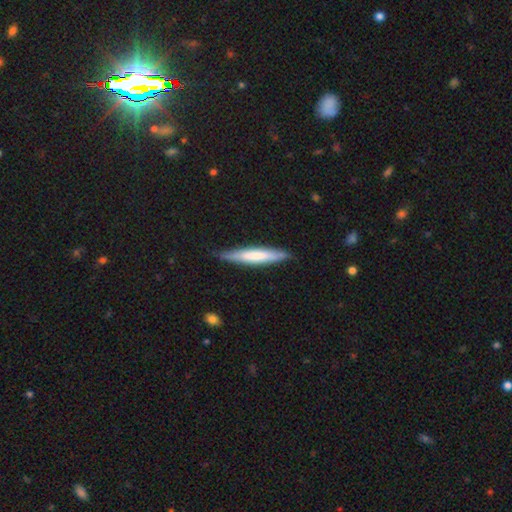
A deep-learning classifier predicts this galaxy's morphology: type=smooth (60%); roundness=cigar-shaped (91%); merging=none (83%).